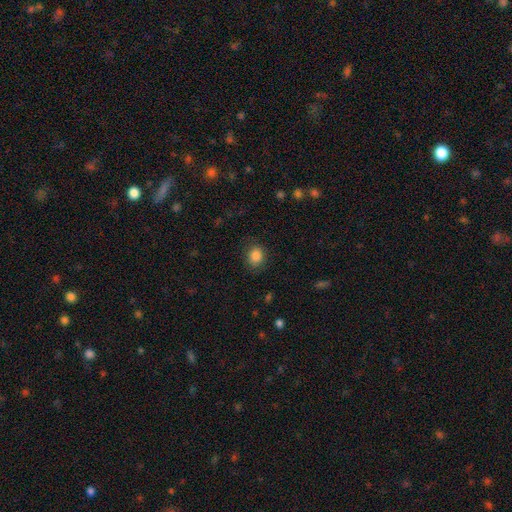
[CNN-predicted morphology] This appears to be a smooth galaxy with no disk features (86%) that is round (60%). Merging: none (84%).